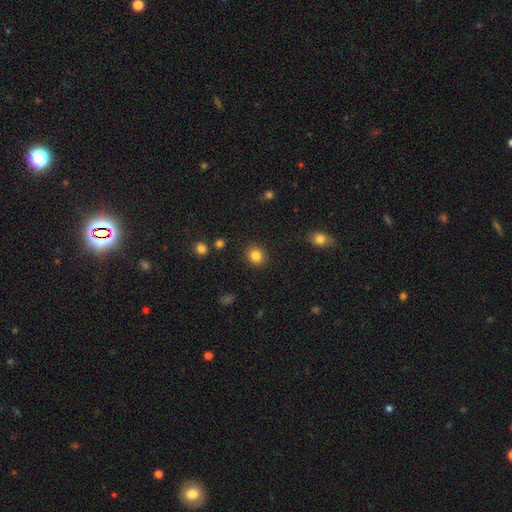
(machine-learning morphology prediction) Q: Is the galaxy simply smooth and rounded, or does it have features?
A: smooth — 84%.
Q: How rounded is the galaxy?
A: round — 66%.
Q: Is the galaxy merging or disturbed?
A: none — 89%.